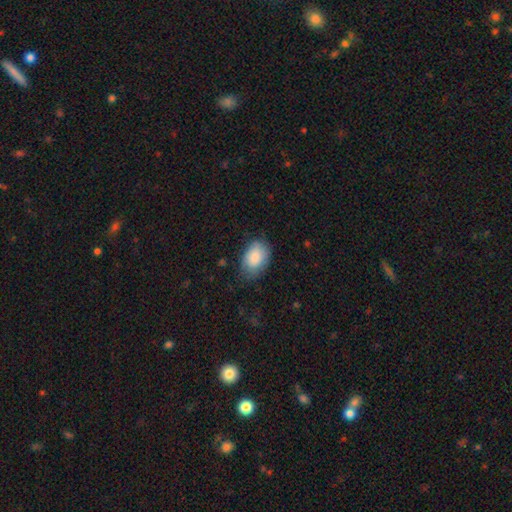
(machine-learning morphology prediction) Q: Smooth or featured?
A: smooth (86%); runner-up: featured or disk (8%)
Q: How rounded?
A: in between (88%); runner-up: round (11%)
Q: Merging?
A: none (69%); runner-up: minor disturbance (24%)